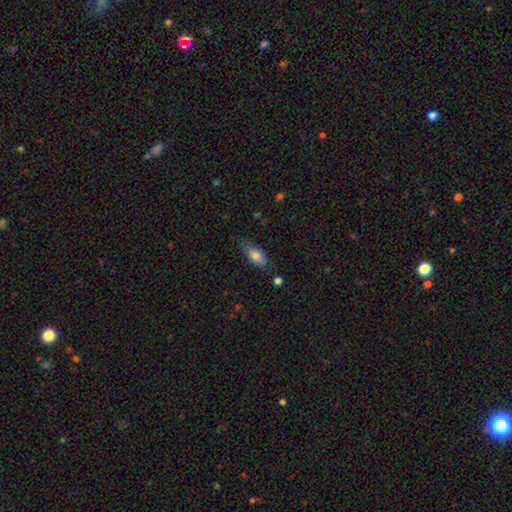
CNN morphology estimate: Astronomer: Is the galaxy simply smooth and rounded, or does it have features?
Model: smooth — 77%.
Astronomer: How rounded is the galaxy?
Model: in between — 81%.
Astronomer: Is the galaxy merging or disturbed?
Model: none — 71%.